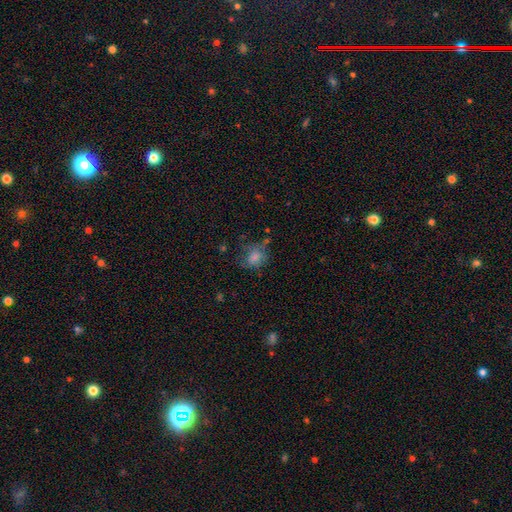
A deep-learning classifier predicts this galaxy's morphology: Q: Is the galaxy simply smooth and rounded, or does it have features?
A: smooth — 68%.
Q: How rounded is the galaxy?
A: round — 58%.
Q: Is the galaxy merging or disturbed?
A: none — 52%.